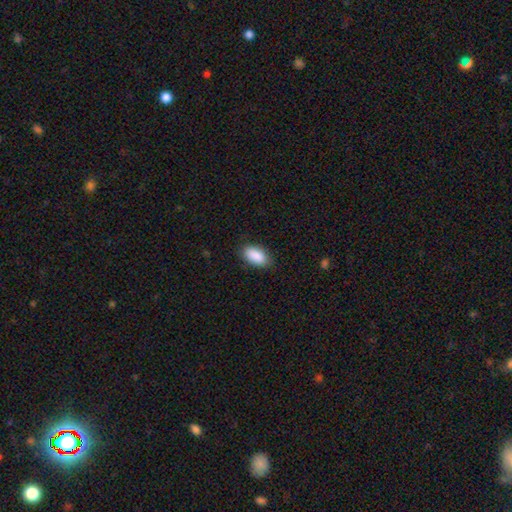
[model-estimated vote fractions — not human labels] smooth_or_featured: smooth (p=0.89) [alt: star or artifact p=0.06]
how_rounded: in between (p=0.94) [alt: cigar-shaped p=0.03]
merging: none (p=0.84) [alt: minor disturbance p=0.13]